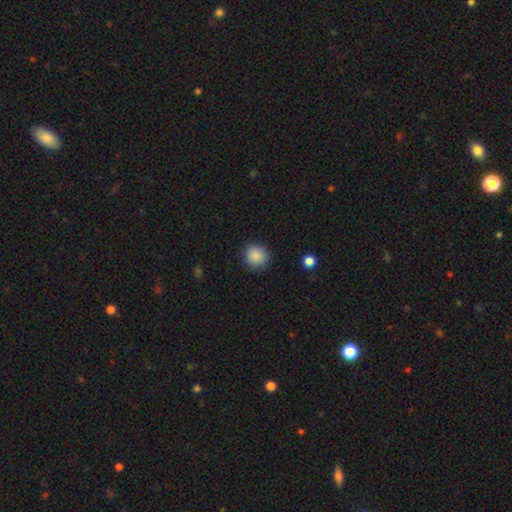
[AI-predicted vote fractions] Morphology: type=smooth (88%); roundness=round (90%); merging=none (89%).